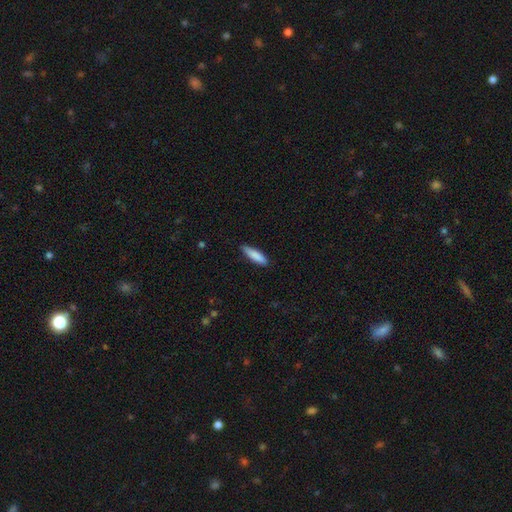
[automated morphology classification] smooth-or-featured: smooth: 84% | featured or disk: 10% | star or artifact: 6%
  how-rounded: cigar-shaped: 74% | in between: 24% | round: 1%
  merging: none: 83% | minor disturbance: 14% | major disturbance: 2% | merger: 1%